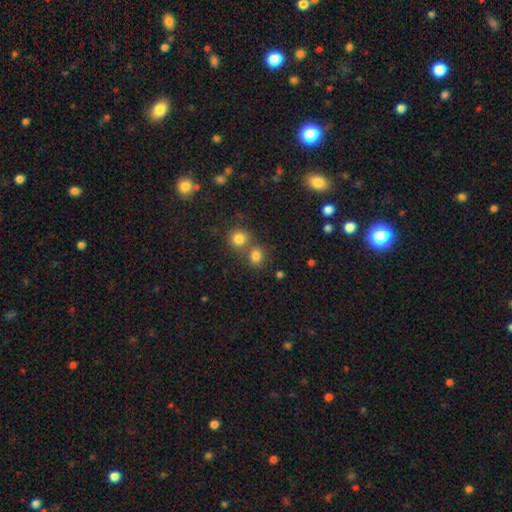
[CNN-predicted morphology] The model was most divided on "merging": none: 51%, merger: 37%, minor disturbance: 8%, major disturbance: 3%. More confident: smooth or featured — smooth (79%); how rounded — round (66%).